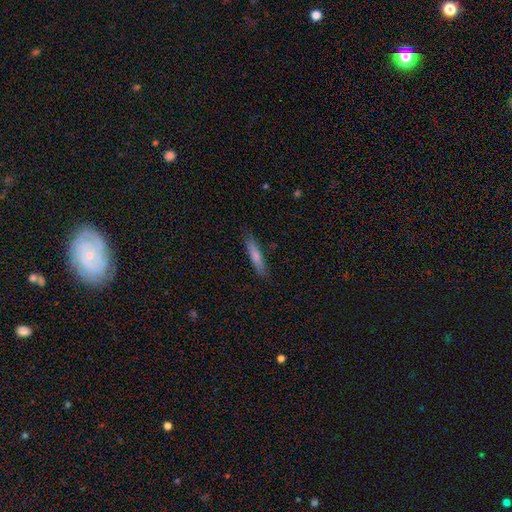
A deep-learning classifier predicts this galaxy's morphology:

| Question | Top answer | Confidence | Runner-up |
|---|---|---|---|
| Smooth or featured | smooth | 75% | featured or disk (19%) |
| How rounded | cigar-shaped | 88% | in between (10%) |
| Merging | none | 86% | minor disturbance (11%) |